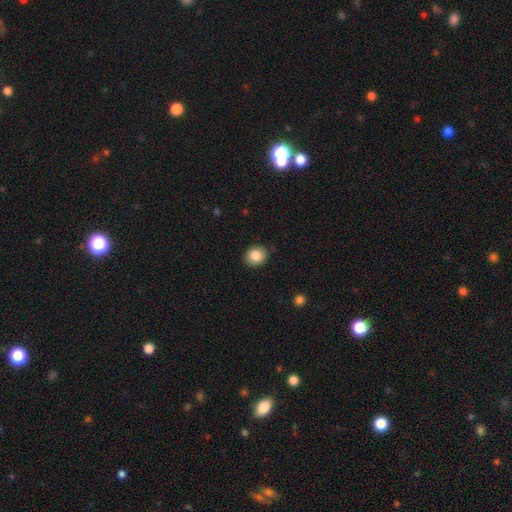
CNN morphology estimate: A smooth galaxy with no disk features (85%) that is round (73%).

Vote fractions:
- Smooth or featured? smooth: 85% / star or artifact: 9% / featured or disk: 6%
- How rounded? round: 73% / in between: 27% / cigar-shaped: 1%
- Merging? none: 87% / minor disturbance: 10% / major disturbance: 2% / merger: 1%